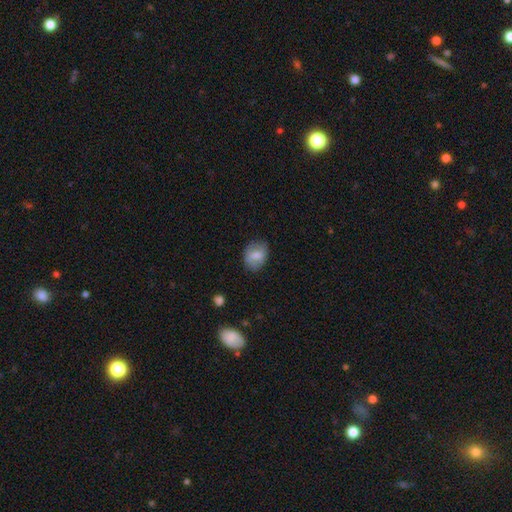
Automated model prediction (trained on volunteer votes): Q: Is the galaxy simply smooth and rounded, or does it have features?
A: smooth — 70%.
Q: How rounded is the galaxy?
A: in between — 69%.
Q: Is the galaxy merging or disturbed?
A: none — 76%.